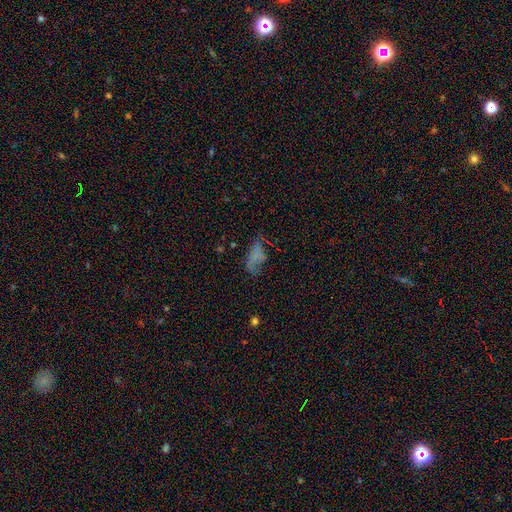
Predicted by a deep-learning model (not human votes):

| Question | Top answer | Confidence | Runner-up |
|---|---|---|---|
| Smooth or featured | smooth | 58% | featured or disk (26%) |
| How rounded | in between | 79% | cigar-shaped (17%) |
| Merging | none | 38% | major disturbance (29%) |